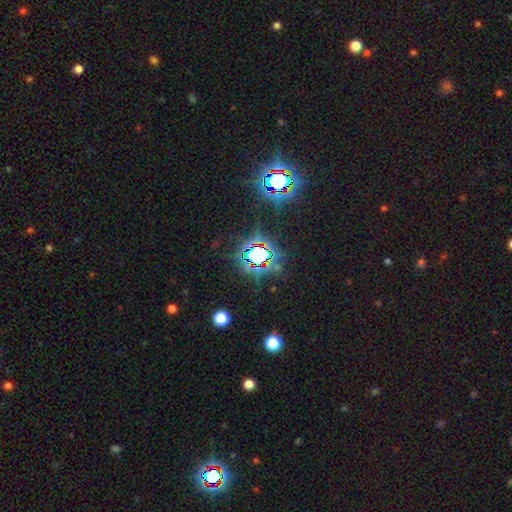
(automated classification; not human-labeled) This is likely a star or artifact rather than a galaxy (77%).